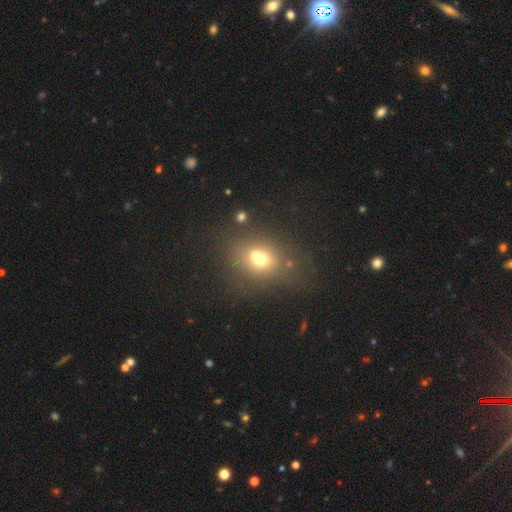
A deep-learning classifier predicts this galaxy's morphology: The model was most divided on "merging": merger: 48%, none: 36%, minor disturbance: 10%, major disturbance: 6%. More confident: smooth or featured — smooth (61%); how rounded — round (60%).